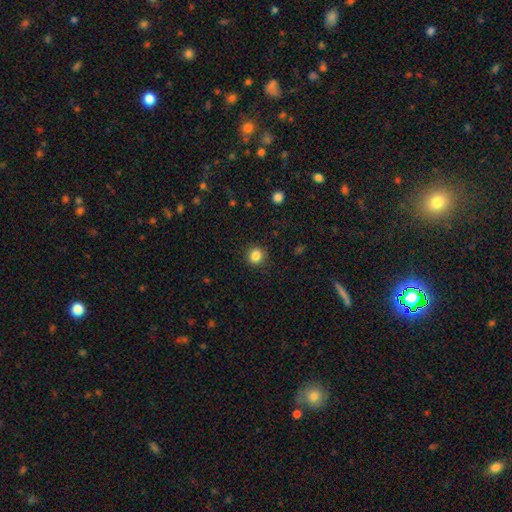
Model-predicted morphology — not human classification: This appears to be a smooth galaxy with no disk features (85%) that is round (88%). Merging: none (90%).